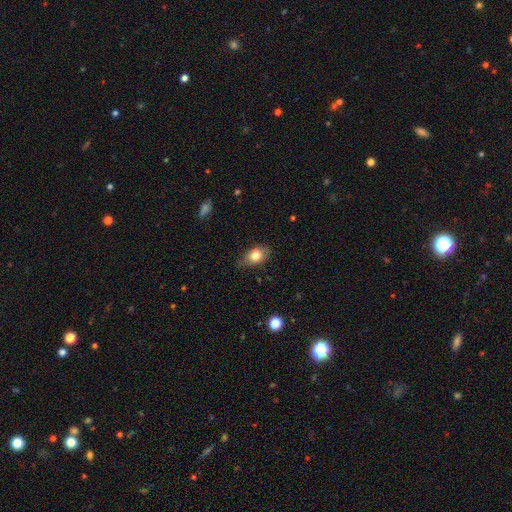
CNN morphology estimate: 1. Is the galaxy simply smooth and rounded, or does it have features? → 80% smooth, 11% featured or disk, 8% star or artifact.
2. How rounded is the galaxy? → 81% in between, 17% round, 2% cigar-shaped.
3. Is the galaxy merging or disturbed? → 72% none, 23% minor disturbance, 4% major disturbance, 1% merger.